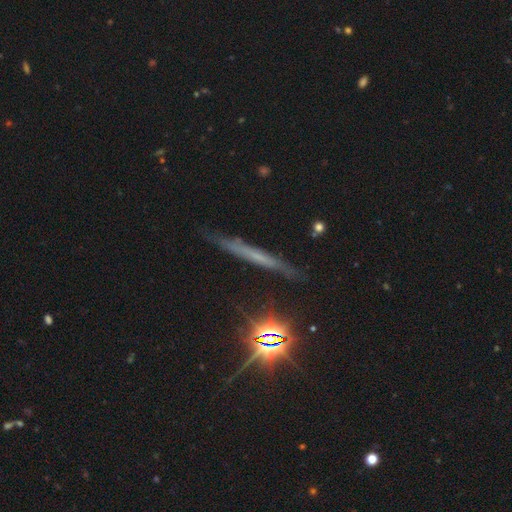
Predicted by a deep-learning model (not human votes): smooth_or_featured: featured or disk (p=0.47) [alt: smooth p=0.32]
merging: none (p=0.79) [alt: minor disturbance p=0.15]